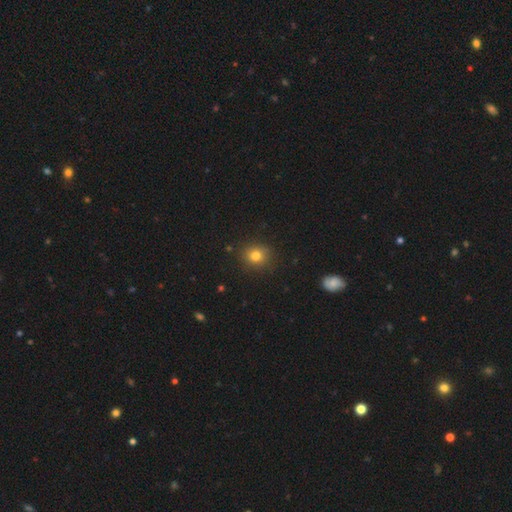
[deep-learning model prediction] smooth_or_featured: smooth (p=0.81) [alt: star or artifact p=0.13]
how_rounded: round (p=0.77) [alt: in between p=0.22]
merging: none (p=0.86) [alt: minor disturbance p=0.10]